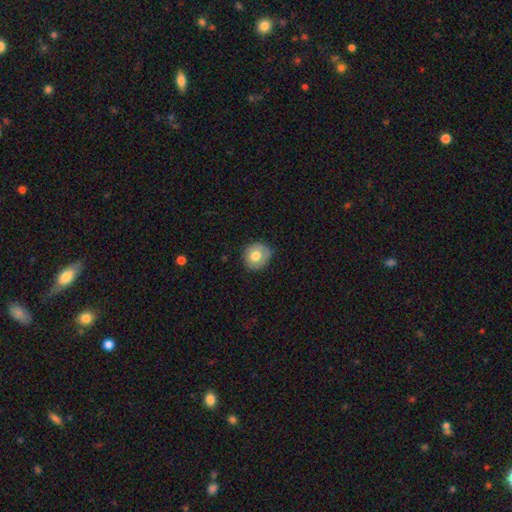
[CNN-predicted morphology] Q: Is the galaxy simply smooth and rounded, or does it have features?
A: smooth — 71%.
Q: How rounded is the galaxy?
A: round — 83%.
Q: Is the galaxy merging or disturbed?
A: none — 80%.